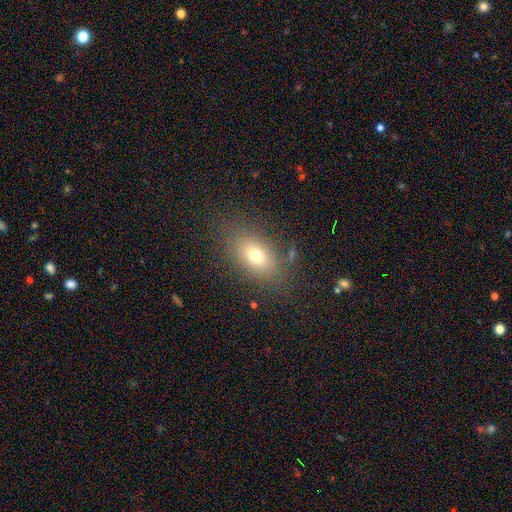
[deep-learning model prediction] This is likely a smooth galaxy (72%). How rounded: likely in between (80%). Merging: likely none (80%).